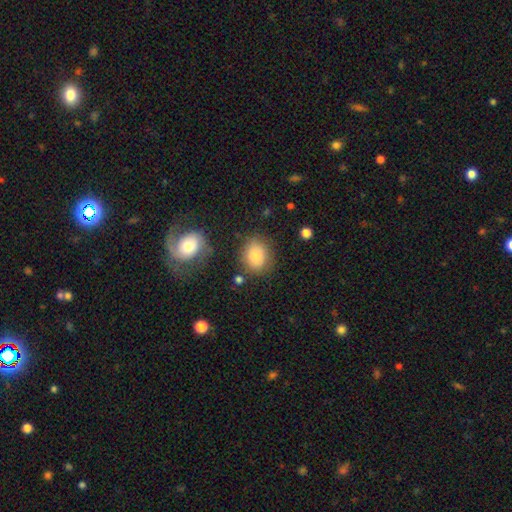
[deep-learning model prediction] A smooth galaxy with no disk features (82%) that is round (55%).

Vote fractions:
- Smooth or featured? smooth: 82% / star or artifact: 9% / featured or disk: 9%
- How rounded? round: 55% / in between: 44% / cigar-shaped: 1%
- Merging? none: 76% / minor disturbance: 14% / major disturbance: 5% / merger: 5%